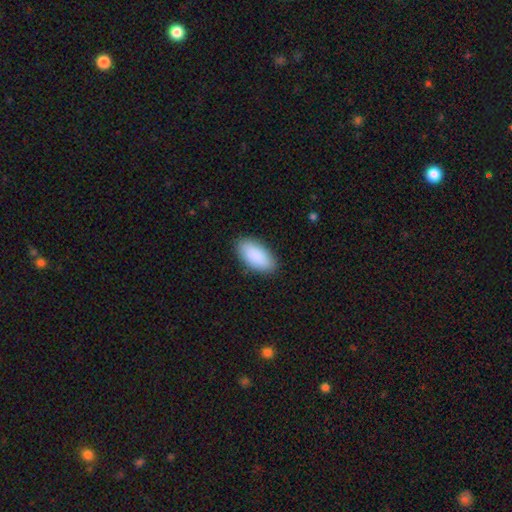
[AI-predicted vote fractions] smooth-or-featured: smooth: 90% | star or artifact: 6% | featured or disk: 4%
  how-rounded: in between: 94% | cigar-shaped: 4% | round: 2%
  merging: none: 88% | minor disturbance: 9% | major disturbance: 2% | merger: 1%